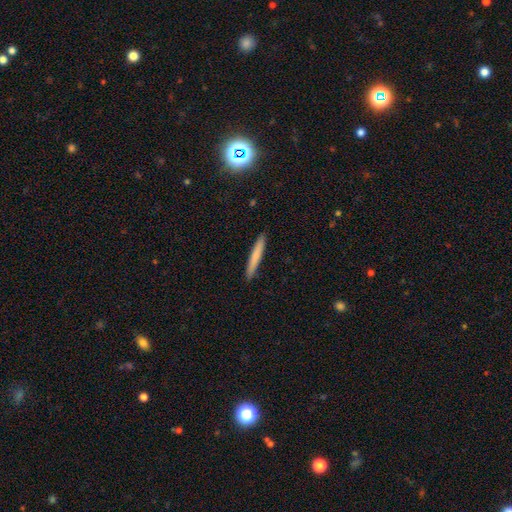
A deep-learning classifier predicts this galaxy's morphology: This is likely a smooth galaxy (74%). How rounded: clearly cigar-shaped (96%). Merging: clearly none (92%).